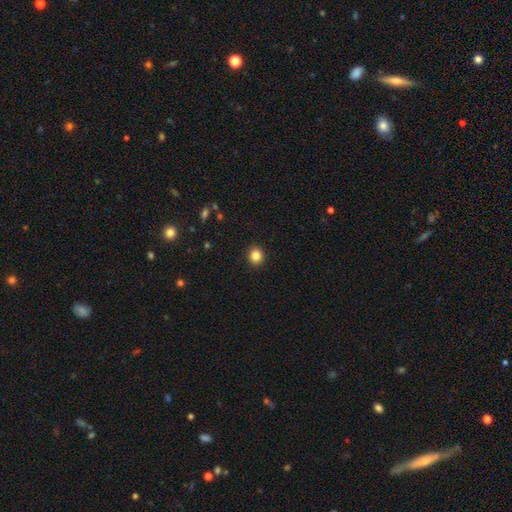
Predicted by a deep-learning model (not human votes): Smooth or featured? Predicted: smooth (p=0.85). How rounded? Predicted: round (p=0.82). Merging? Predicted: none (p=0.92).